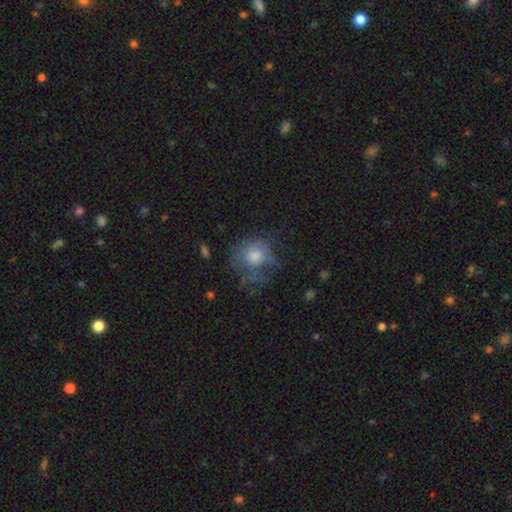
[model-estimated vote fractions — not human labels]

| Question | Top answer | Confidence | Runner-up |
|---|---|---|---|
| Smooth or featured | smooth | 62% | featured or disk (27%) |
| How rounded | round | 77% | in between (22%) |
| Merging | none | 47% | major disturbance (26%) |